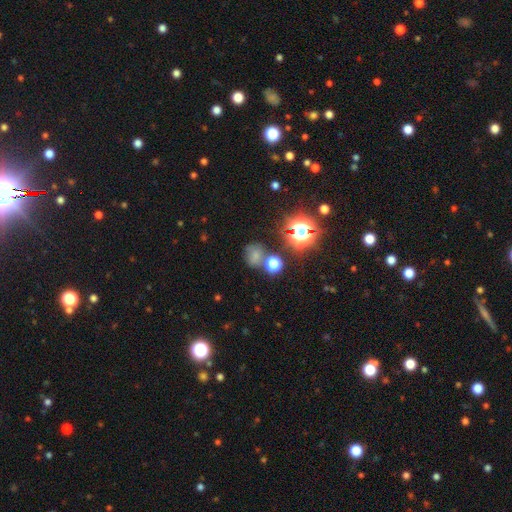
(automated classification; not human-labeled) Q: Smooth or featured?
A: smooth (56%); runner-up: star or artifact (32%)
Q: How rounded?
A: round (67%); runner-up: in between (32%)
Q: Merging?
A: none (63%); runner-up: minor disturbance (16%)